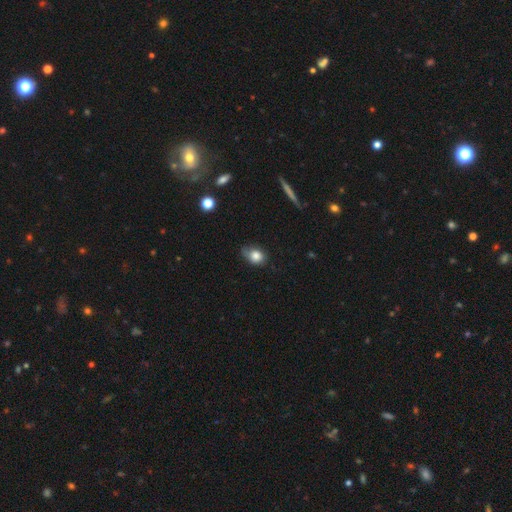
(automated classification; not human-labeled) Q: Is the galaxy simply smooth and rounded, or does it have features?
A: smooth — 81%.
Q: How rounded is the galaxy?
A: in between — 58%.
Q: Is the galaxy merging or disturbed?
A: none — 54%.